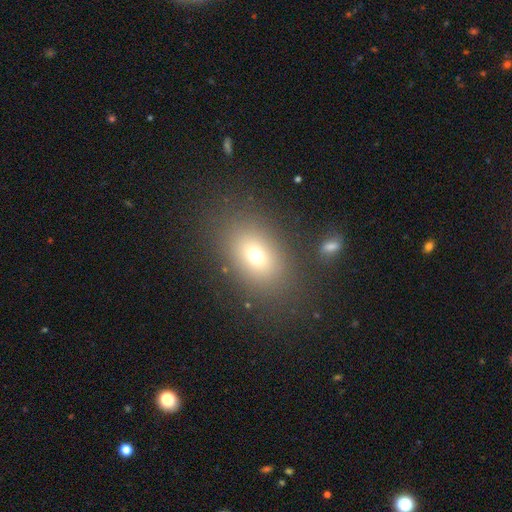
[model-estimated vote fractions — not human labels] This appears to be a smooth galaxy with no disk features (69%) that is in between round and cigar-shaped (71%). Merging: none (81%).